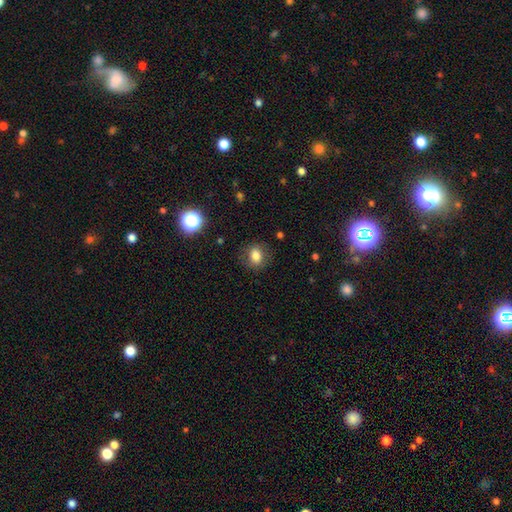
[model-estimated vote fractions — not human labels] A smooth galaxy with no disk features (78%) that is round (56%).

Vote fractions:
- Smooth or featured? smooth: 78% / star or artifact: 11% / featured or disk: 10%
- How rounded? round: 56% / in between: 43% / cigar-shaped: 1%
- Merging? none: 83% / minor disturbance: 12% / major disturbance: 4% / merger: 1%